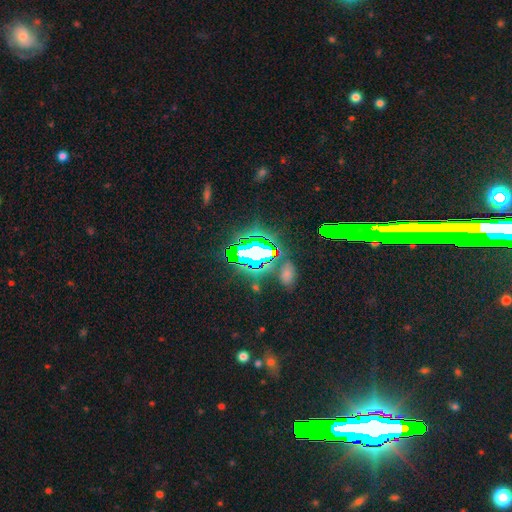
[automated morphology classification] The model was most divided on "smooth or featured": star or artifact: 67%, smooth: 19%, featured or disk: 14%.